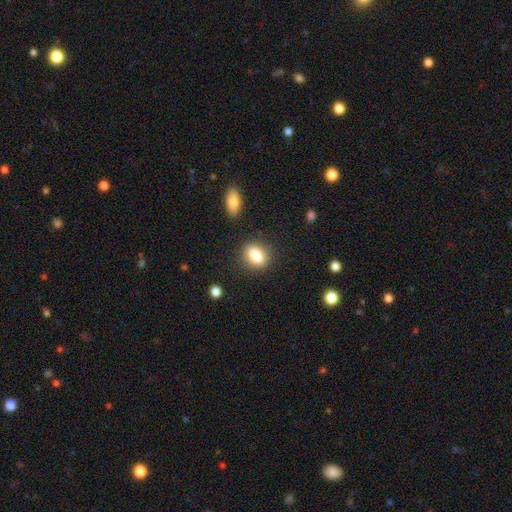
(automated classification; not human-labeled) A smooth galaxy with no disk features (83%) that is in between round and cigar-shaped (69%). Merging: none (84%).